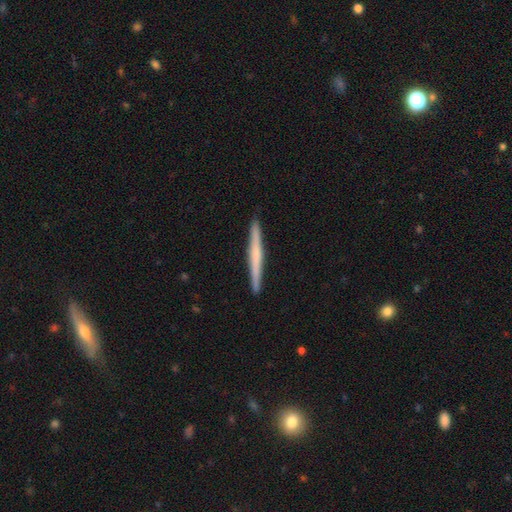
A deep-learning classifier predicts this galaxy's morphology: type=featured or disk (50%); merging=none (92%).